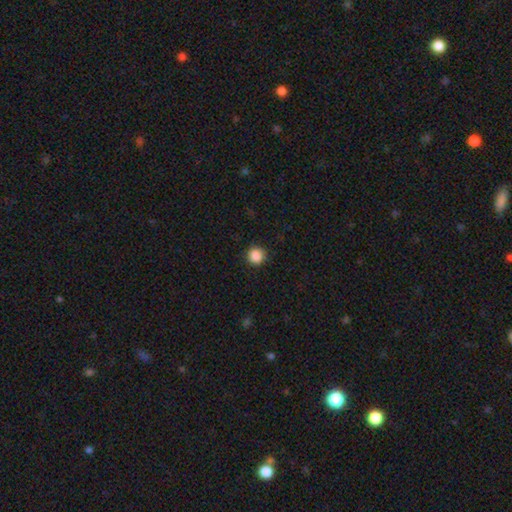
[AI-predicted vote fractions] The model was most divided on "smooth or featured": smooth: 88%, star or artifact: 10%, featured or disk: 3%. More confident: how rounded — round (92%); merging — none (89%).